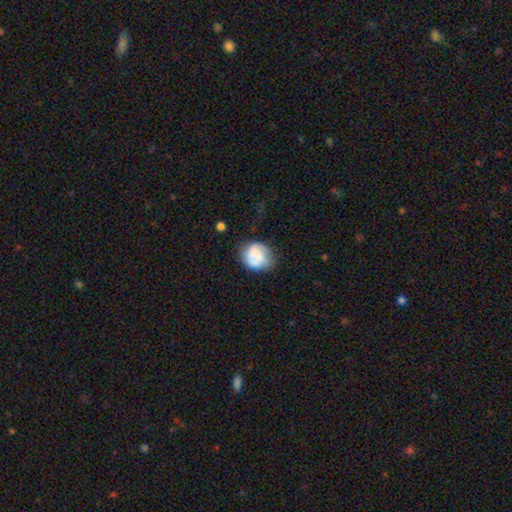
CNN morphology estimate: Overall: smooth (60%; featured or disk 32%). How rounded: round (72%). Merging: none (60%; minor disturbance 26%).